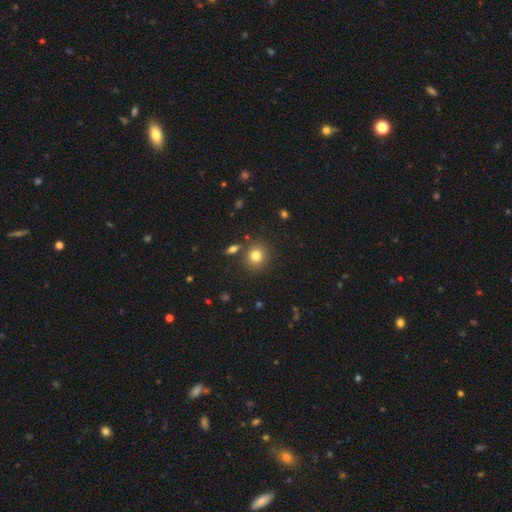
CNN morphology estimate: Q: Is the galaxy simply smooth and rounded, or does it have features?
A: smooth — 79%.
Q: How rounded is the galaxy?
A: round — 85%.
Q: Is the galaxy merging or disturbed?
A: none — 81%.